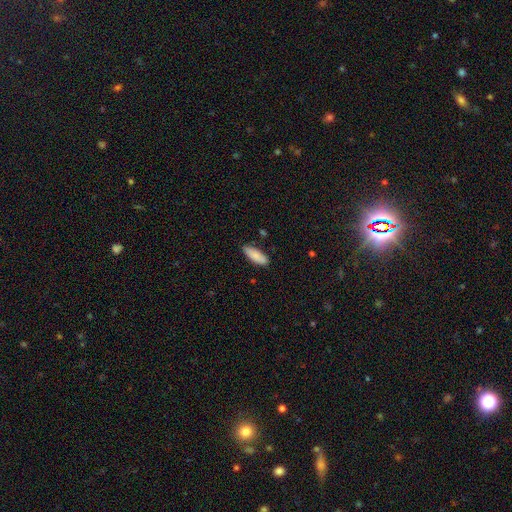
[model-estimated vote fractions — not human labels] The model was most divided on "how rounded": in between: 73%, cigar-shaped: 26%, round: 2%. More confident: smooth or featured — smooth (87%); merging — none (84%).